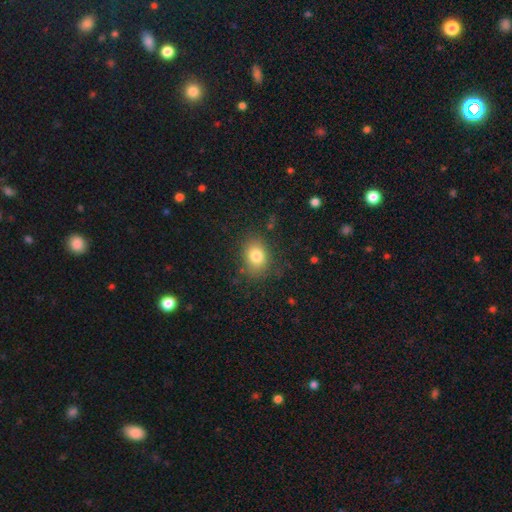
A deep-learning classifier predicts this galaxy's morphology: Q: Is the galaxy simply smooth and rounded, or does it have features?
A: smooth — 80%.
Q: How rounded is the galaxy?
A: in between — 61%.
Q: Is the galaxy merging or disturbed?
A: none — 79%.